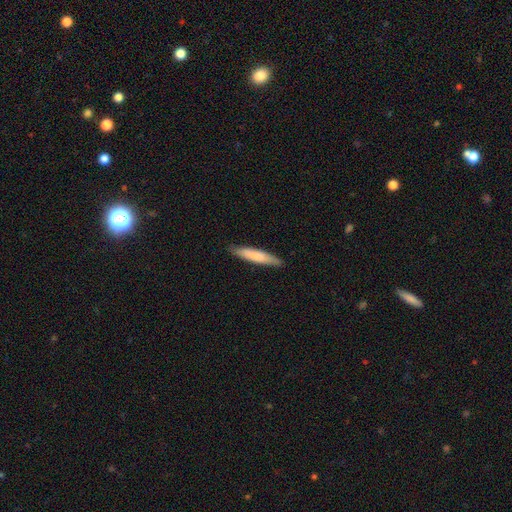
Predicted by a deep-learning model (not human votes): Smooth or featured: smooth — 74% (featured or disk — 21%)
How rounded: cigar-shaped — 89% (in between — 10%)
Merging: none — 87% (minor disturbance — 11%)